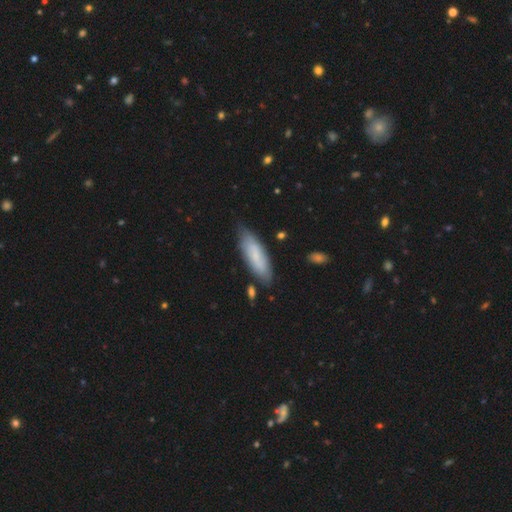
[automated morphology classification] The model was most divided on "how rounded": in between: 50%, cigar-shaped: 49%, round: 2%. More confident: merging — none (76%); smooth or featured — smooth (68%).